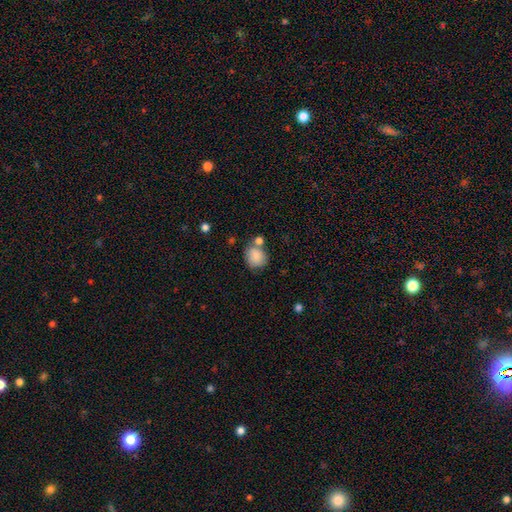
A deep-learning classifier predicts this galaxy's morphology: Smooth or featured? smooth (84%)
How rounded? round (73%)
Merging? none (59%)